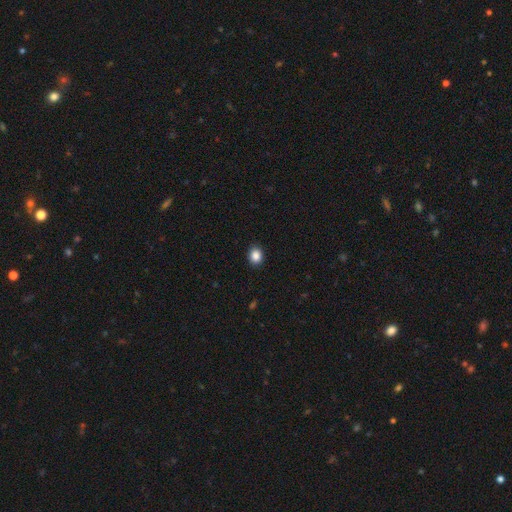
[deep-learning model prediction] A smooth galaxy with no disk features (87%) that is round (62%).

Vote fractions:
- Smooth or featured? smooth: 87% / star or artifact: 10% / featured or disk: 4%
- How rounded? round: 62% / in between: 38% / cigar-shaped: 1%
- Merging? none: 91% / minor disturbance: 6% / major disturbance: 2% / merger: 1%